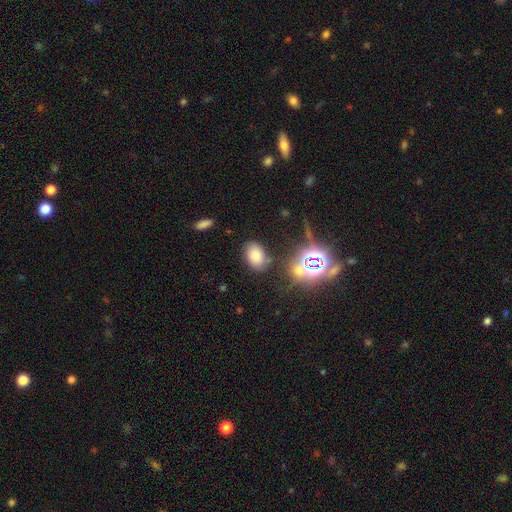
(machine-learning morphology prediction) Smooth or featured: smooth — 70% (star or artifact — 19%)
How rounded: in between — 83% (round — 15%)
Merging: none — 71% (minor disturbance — 16%)